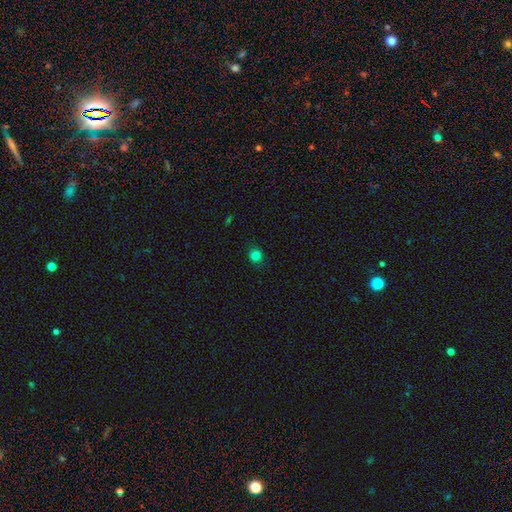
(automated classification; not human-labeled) The model was most divided on "smooth or featured": smooth: 80%, star or artifact: 15%, featured or disk: 4%. More confident: merging — none (89%); how rounded — round (87%).